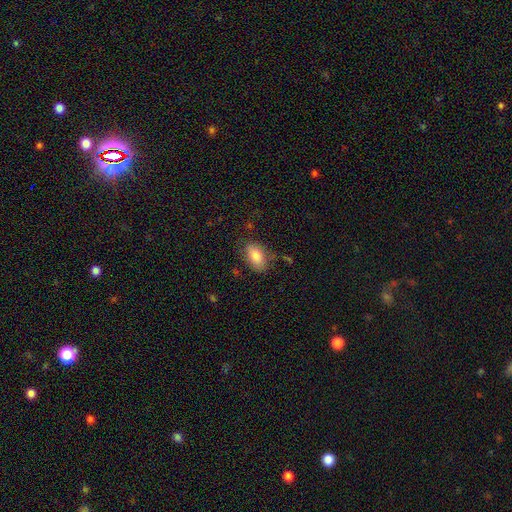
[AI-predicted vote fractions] Smooth or featured? Predicted: smooth (p=0.83). How rounded? Predicted: in between (p=0.92). Merging? Predicted: none (p=0.70).